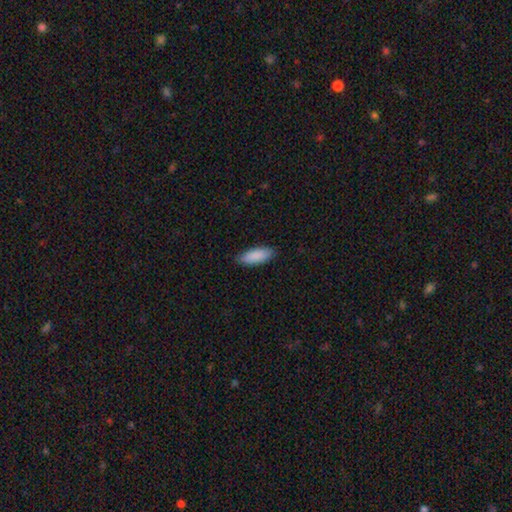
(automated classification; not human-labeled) Smooth or featured?
  - smooth: 90% *
  - star or artifact: 5%
  - featured or disk: 5%
How rounded?
  - in between: 74% *
  - cigar-shaped: 24%
  - round: 2%
Merging?
  - none: 85% *
  - minor disturbance: 12%
  - major disturbance: 2%
  - merger: 1%